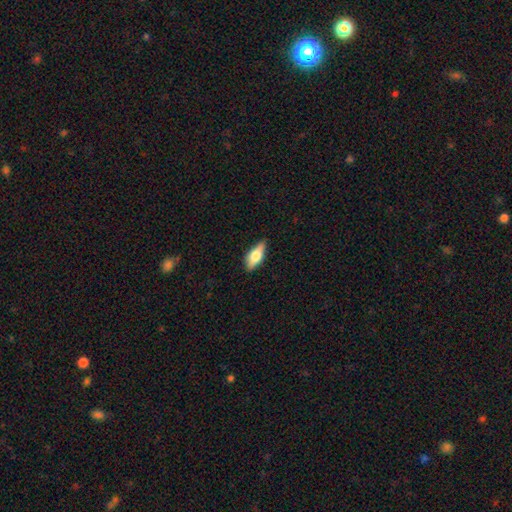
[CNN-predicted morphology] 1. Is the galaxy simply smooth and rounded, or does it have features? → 61% smooth, 32% featured or disk, 7% star or artifact.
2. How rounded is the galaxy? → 74% in between, 23% cigar-shaped, 3% round.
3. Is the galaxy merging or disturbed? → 84% none, 12% minor disturbance, 2% major disturbance, 1% merger.